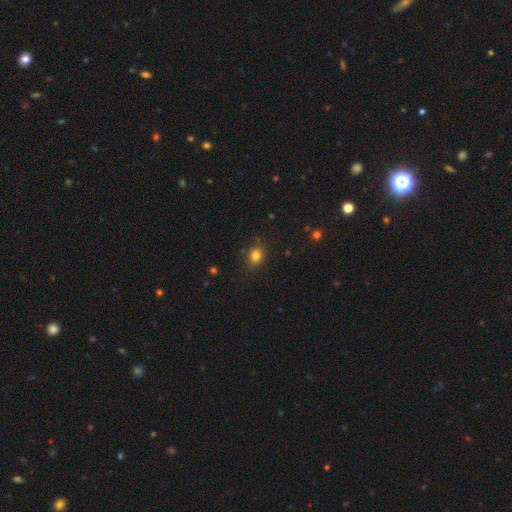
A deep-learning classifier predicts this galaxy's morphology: This is clearly a smooth galaxy (81%). How rounded: possibly round (56%). Merging: clearly none (83%).